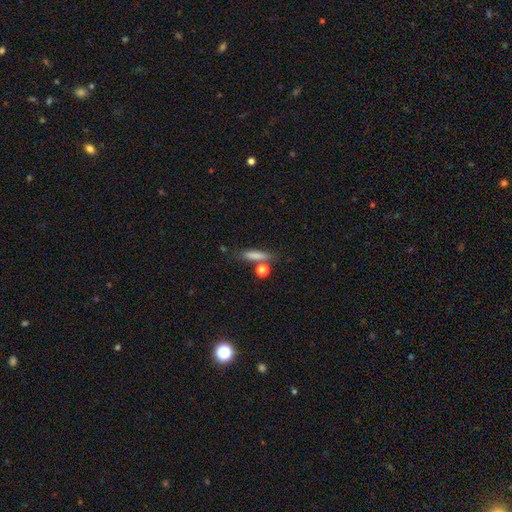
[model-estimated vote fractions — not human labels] This is likely a smooth galaxy (78%). How rounded: likely cigar-shaped (69%). Merging: likely none (69%).